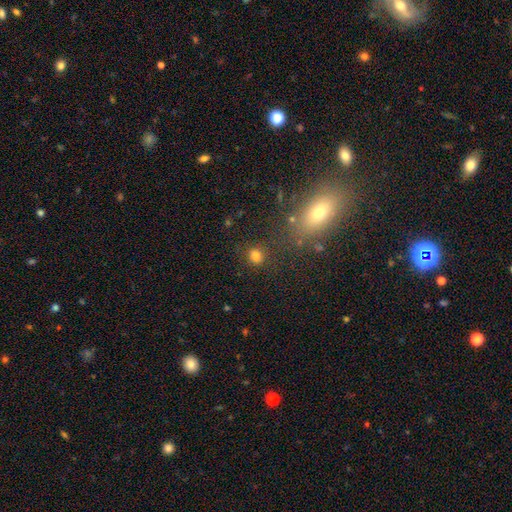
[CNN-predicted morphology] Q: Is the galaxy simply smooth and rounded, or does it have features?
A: smooth — 78%.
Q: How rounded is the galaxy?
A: round — 74%.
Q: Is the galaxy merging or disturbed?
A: none — 79%.